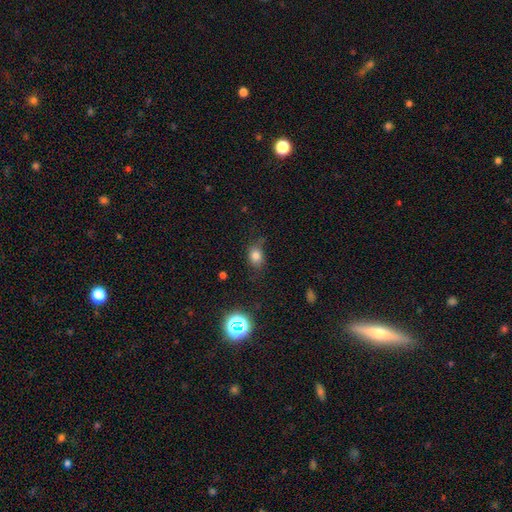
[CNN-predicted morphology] Smooth or featured? Predicted: smooth (p=0.76). How rounded? Predicted: in between (p=0.58). Merging? Predicted: none (p=0.68).